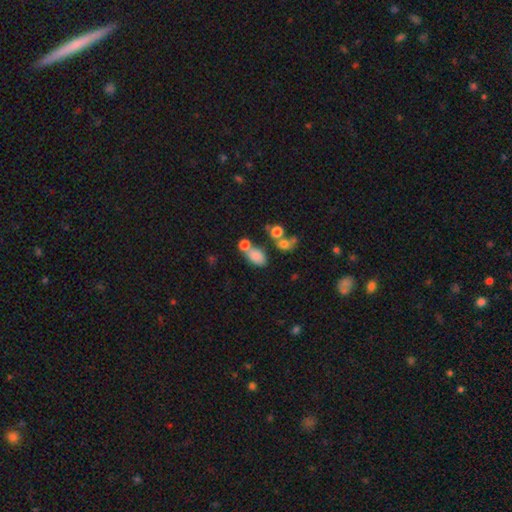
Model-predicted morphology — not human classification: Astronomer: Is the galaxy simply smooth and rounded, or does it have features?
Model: smooth — 79%.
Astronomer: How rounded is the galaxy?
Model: in between — 84%.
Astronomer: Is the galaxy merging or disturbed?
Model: none — 47% (runner-up: merger, 33%).